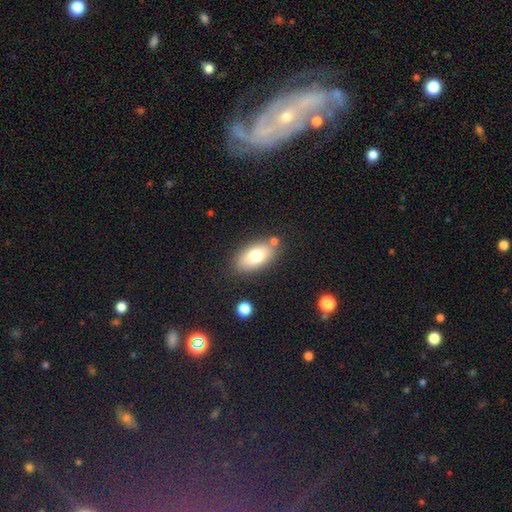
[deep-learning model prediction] This appears to be a smooth galaxy with no disk features (75%) that is in between round and cigar-shaped (91%). Merging: none (78%).